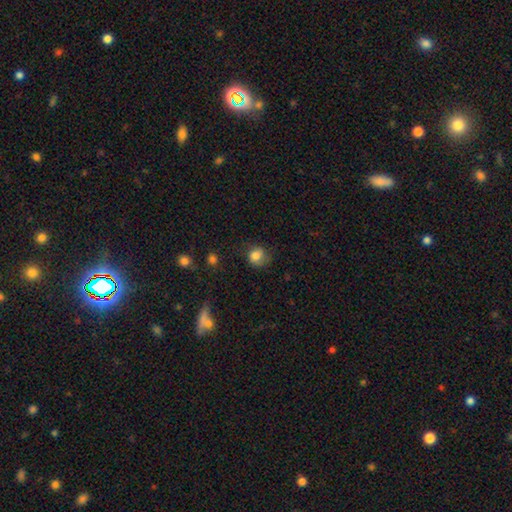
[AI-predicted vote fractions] Morphology: type=smooth (82%); roundness=round (78%); merging=none (63%).